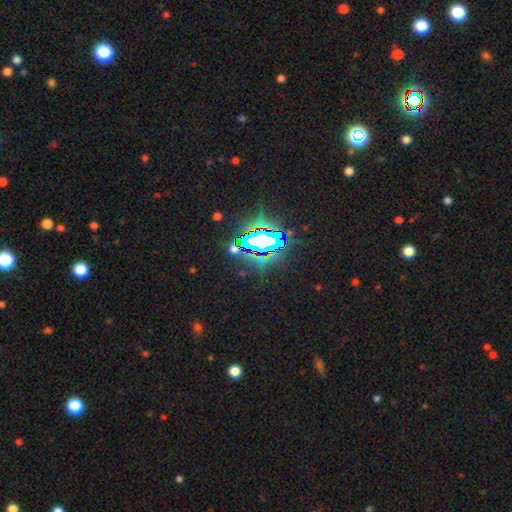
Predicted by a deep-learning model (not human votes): A star or artifact, not a galaxy (82%).

Vote fractions:
- Smooth or featured? star or artifact: 82% / smooth: 11% / featured or disk: 7%